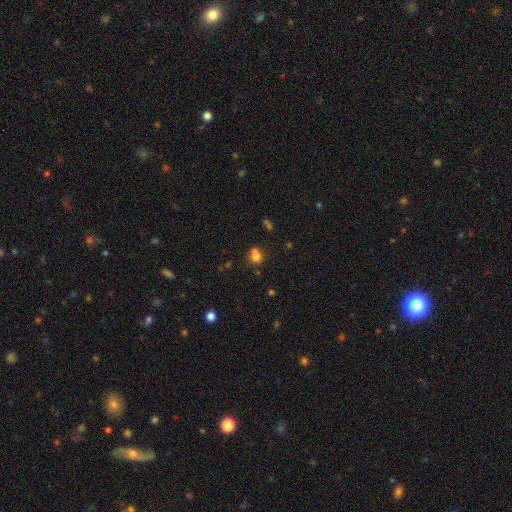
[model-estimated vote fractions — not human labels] This appears to be a smooth galaxy with no disk features (66%) that is round (84%). Merging: none (45%).